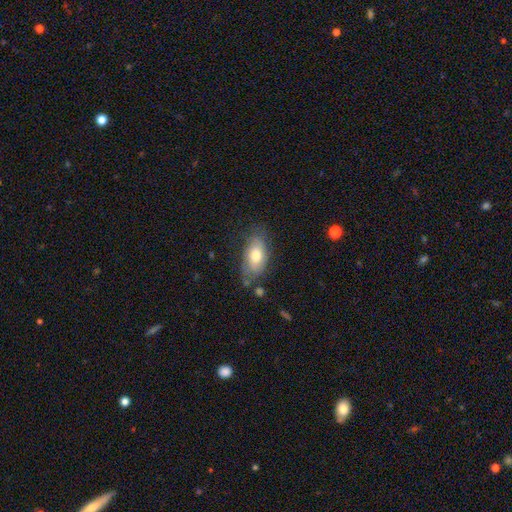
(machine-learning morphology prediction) Q: Smooth or featured?
A: smooth (64%); runner-up: featured or disk (29%)
Q: How rounded?
A: in between (91%); runner-up: round (5%)
Q: Merging?
A: none (64%); runner-up: minor disturbance (24%)